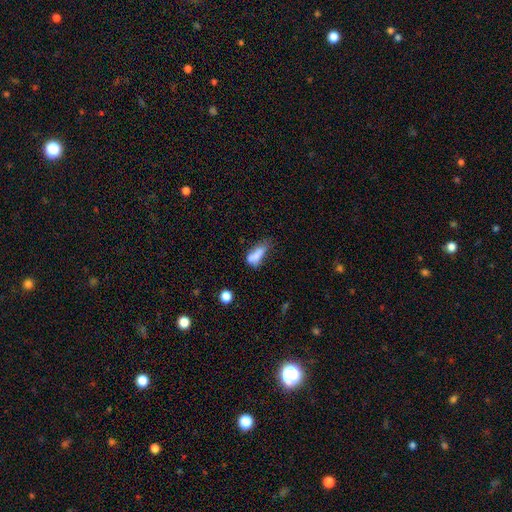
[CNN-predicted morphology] smooth 69%, featured or disk 20%, star or artifact 11%. Down the decision tree: how rounded — in between (71%); merging — minor disturbance (29%).